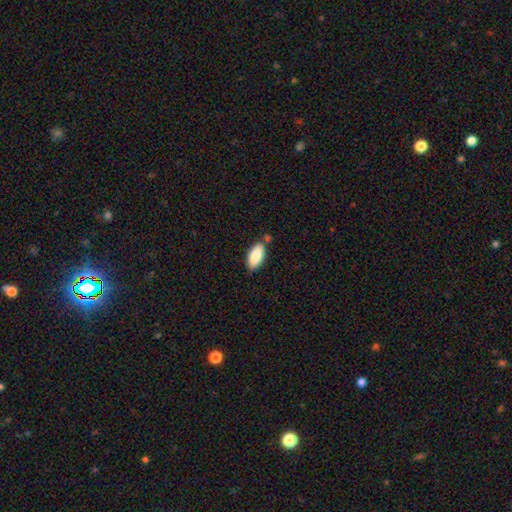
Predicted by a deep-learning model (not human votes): smooth_or_featured: smooth (p=0.88) [alt: star or artifact p=0.06]
how_rounded: in between (p=0.90) [alt: cigar-shaped p=0.08]
merging: none (p=0.70) [alt: minor disturbance p=0.18]